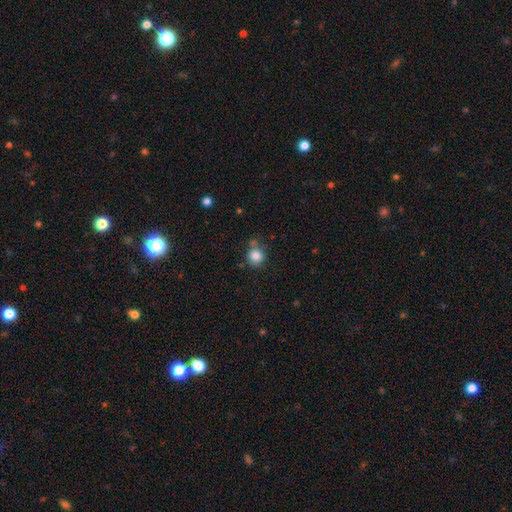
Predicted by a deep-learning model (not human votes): This is clearly a smooth galaxy (84%). How rounded: clearly round (89%). Merging: likely none (70%).